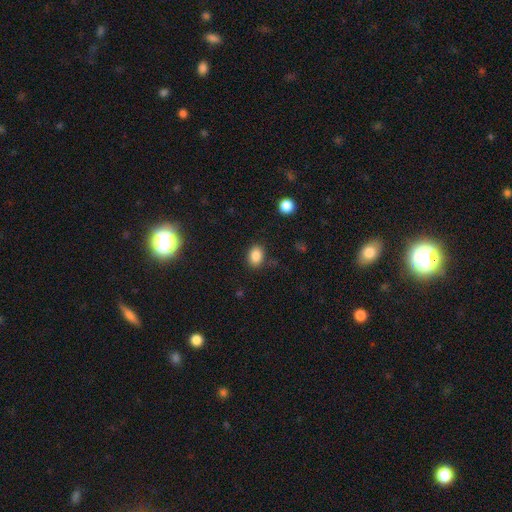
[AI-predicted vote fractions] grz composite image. It shows a smooth galaxy with no disk features (85%) that is in between round and cigar-shaped (67%). Merging: none (85%).